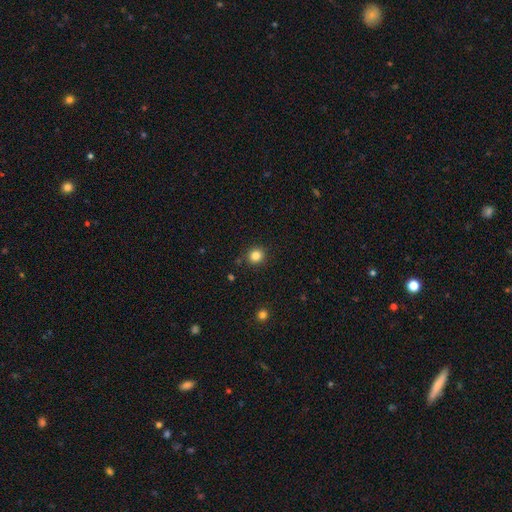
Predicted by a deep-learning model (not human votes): smooth 84%, star or artifact 12%, featured or disk 5%. Down the decision tree: how rounded — round (87%); merging — none (89%).